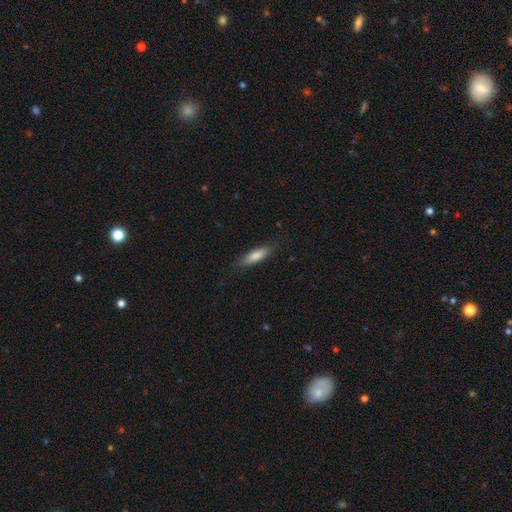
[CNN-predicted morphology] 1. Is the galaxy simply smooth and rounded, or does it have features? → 77% smooth, 17% featured or disk, 6% star or artifact.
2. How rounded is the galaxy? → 61% cigar-shaped, 38% in between, 2% round.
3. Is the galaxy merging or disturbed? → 83% none, 13% minor disturbance, 3% major disturbance, 1% merger.